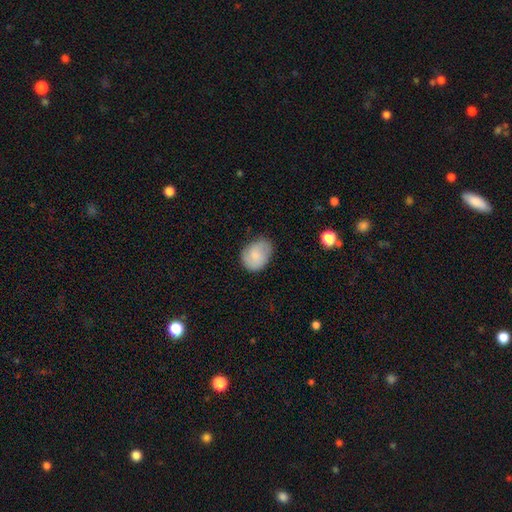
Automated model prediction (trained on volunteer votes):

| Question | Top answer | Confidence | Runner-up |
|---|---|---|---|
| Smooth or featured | smooth | 75% | featured or disk (18%) |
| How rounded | in between | 58% | round (41%) |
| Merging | none | 71% | minor disturbance (23%) |